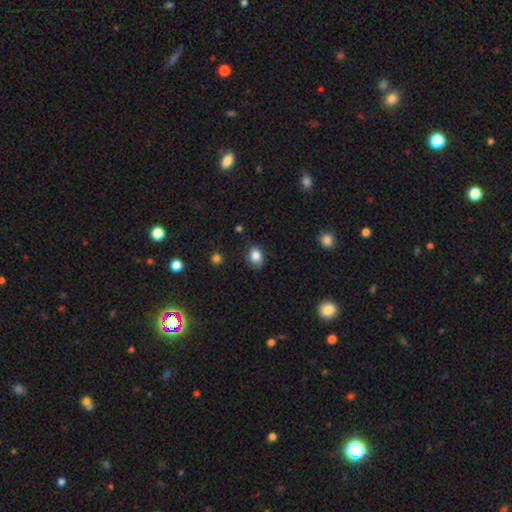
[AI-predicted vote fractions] This appears to be a smooth galaxy with no disk features (85%) that is in between round and cigar-shaped (72%). Merging: none (81%).